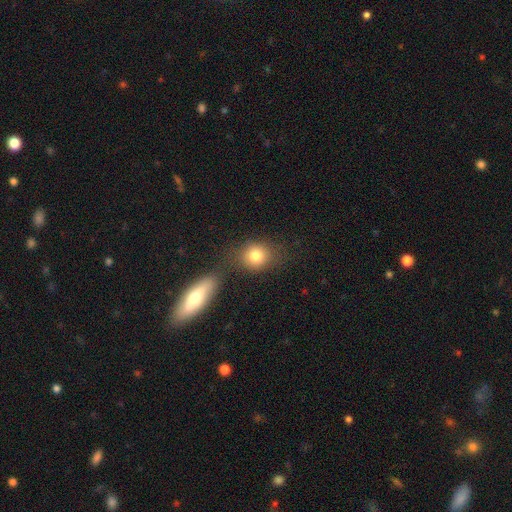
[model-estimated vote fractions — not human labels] The model was most divided on "how rounded": round: 68%, in between: 30%, cigar-shaped: 2%. More confident: smooth or featured — smooth (81%); merging — none (62%).